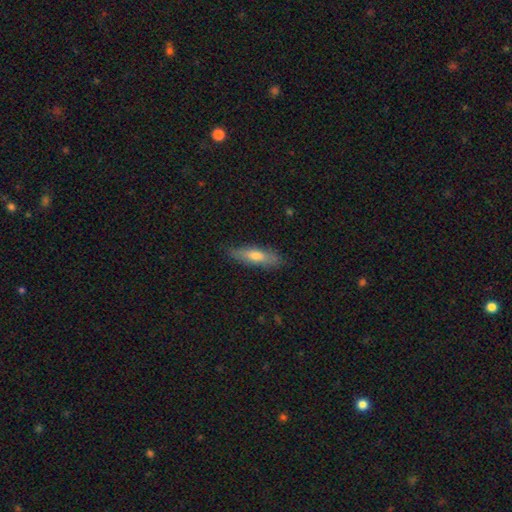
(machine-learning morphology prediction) Smooth or featured?
  - smooth: 60% *
  - featured or disk: 33%
  - star or artifact: 7%
How rounded?
  - cigar-shaped: 70% *
  - in between: 28%
  - round: 2%
Merging?
  - none: 82% *
  - minor disturbance: 14%
  - major disturbance: 3%
  - merger: 1%